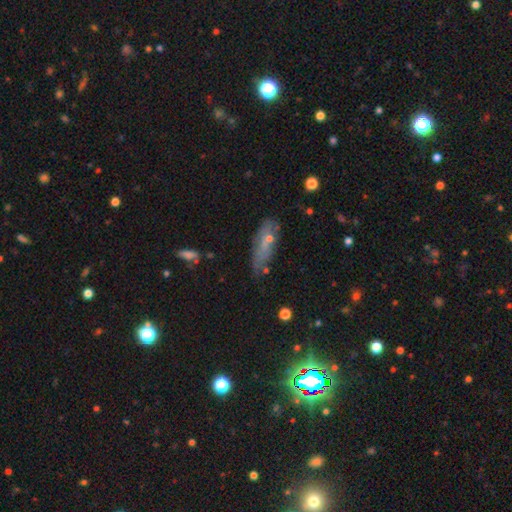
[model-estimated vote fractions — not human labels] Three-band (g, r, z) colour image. It shows a smooth galaxy with no disk features (56%) that is in between round and cigar-shaped (57%). Merging: none (50%).